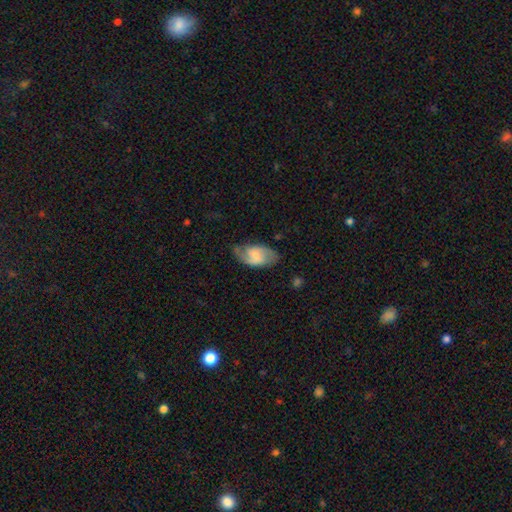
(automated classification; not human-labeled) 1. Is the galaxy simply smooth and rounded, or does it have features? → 64% featured or disk, 29% smooth, 7% star or artifact.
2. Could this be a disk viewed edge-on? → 96% no, 4% yes.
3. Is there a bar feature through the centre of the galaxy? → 52% weak, 30% no, 18% strong.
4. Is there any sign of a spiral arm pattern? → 91% yes, 9% no.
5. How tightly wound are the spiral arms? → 47% medium, 34% loose, 19% tight.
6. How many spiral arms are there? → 84% 2, 7% can't tell, 6% 1, 2% 3, 1% 4, 1% more than 4.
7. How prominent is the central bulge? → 35% small, 29% none, 26% moderate, 8% large, 2% dominant.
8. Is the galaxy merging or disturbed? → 70% none, 21% minor disturbance, 8% major disturbance, 2% merger.